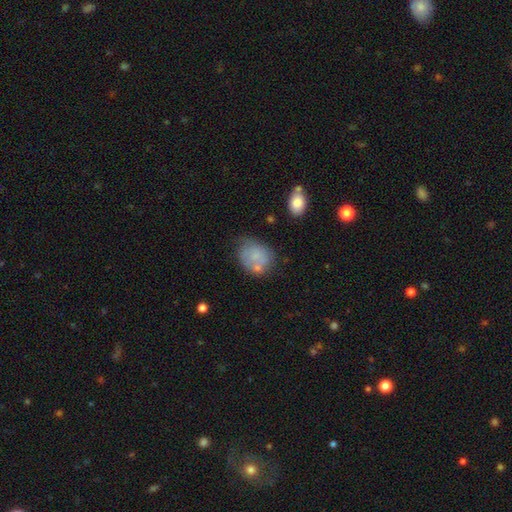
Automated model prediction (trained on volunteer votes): smooth 66%, featured or disk 24%, star or artifact 10%. Down the decision tree: how rounded — round (50%); merging — none (48%).